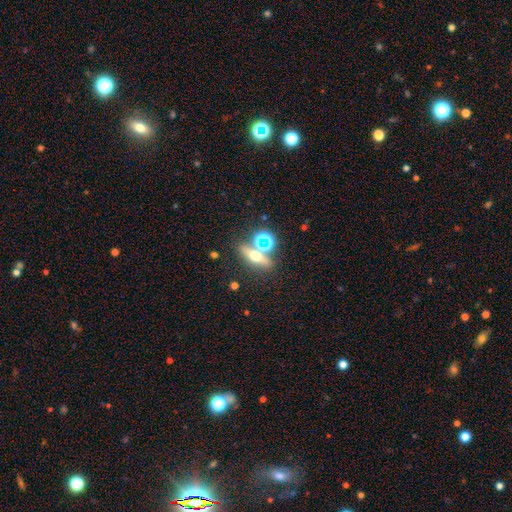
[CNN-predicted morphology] This appears to be a smooth galaxy with no disk features (39%). Merging: none (65%).